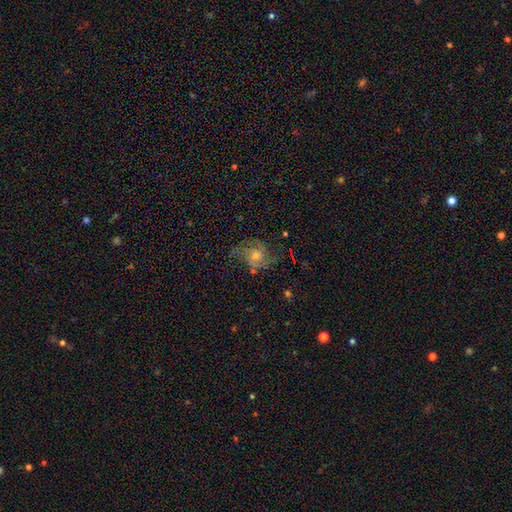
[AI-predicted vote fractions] Smooth or featured?
  - featured or disk: 70% *
  - smooth: 17%
  - star or artifact: 13%
Edge-on disk?
  - no: 97% *
  - yes: 3%
Bar?
  - no: 74% *
  - weak: 22%
  - strong: 4%
Spiral arms?
  - yes: 92% *
  - no: 8%
Spiral winding?
  - medium: 46% *
  - loose: 28%
  - tight: 26%
Spiral arm count?
  - 2: 54% *
  - can't tell: 17%
  - 3: 16%
  - 1: 6%
  - 4: 4%
  - more than 4: 4%
Bulge size?
  - moderate: 58% *
  - small: 32%
  - large: 6%
  - none: 2%
  - dominant: 1%
Merging?
  - none: 63% *
  - minor disturbance: 19%
  - major disturbance: 16%
  - merger: 2%